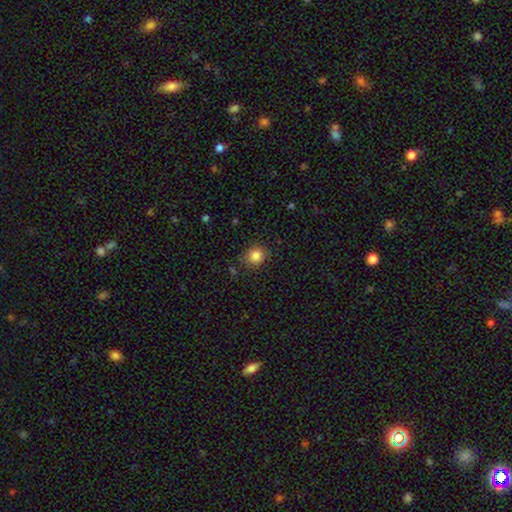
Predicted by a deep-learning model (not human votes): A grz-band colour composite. It shows a smooth galaxy with no disk features (84%) that is round (86%). Merging: none (84%).